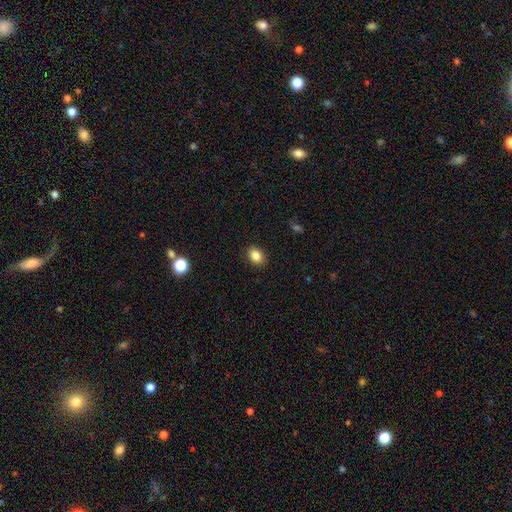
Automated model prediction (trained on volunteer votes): Smooth or featured? Predicted: smooth (p=0.85). How rounded? Predicted: in between (p=0.66). Merging? Predicted: none (p=0.89).